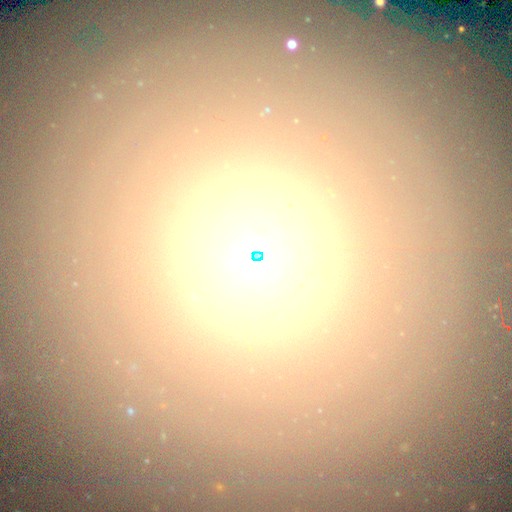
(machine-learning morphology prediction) Q: Smooth or featured?
A: smooth (46%); runner-up: star or artifact (35%)
Q: Merging?
A: none (86%); runner-up: minor disturbance (7%)